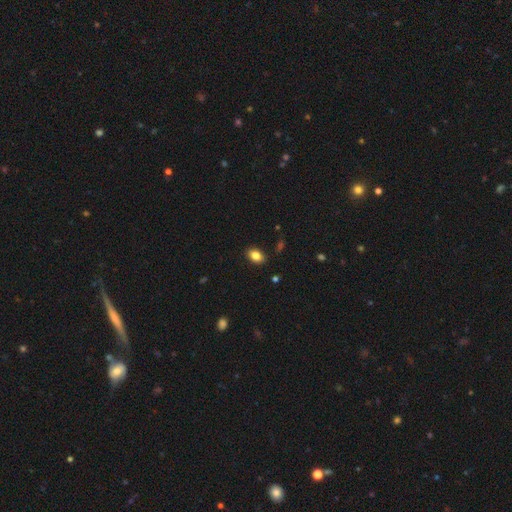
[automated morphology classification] Overall: smooth (84%). How rounded: in between (81%). Merging: none (87%).